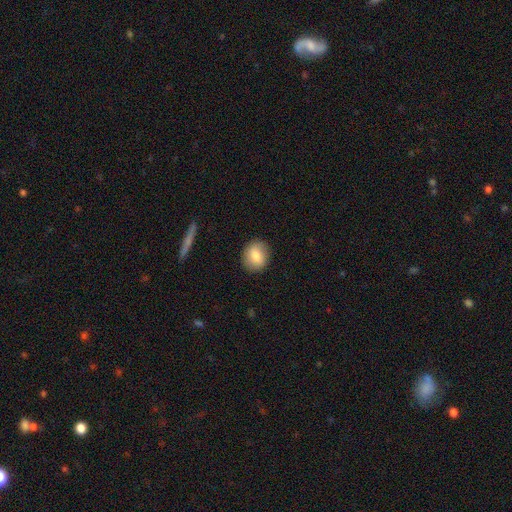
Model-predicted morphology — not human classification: This is likely a smooth galaxy (80%). How rounded: likely round (67%). Merging: clearly none (87%).